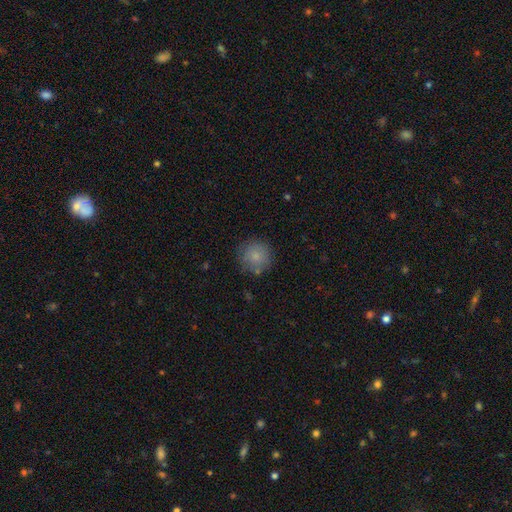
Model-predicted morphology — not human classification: Smooth or featured? smooth (82%)
How rounded? round (93%)
Merging? none (79%)